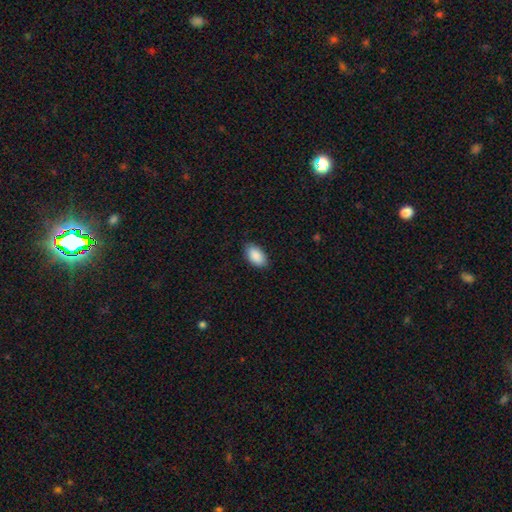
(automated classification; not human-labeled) Overall: smooth (90%). How rounded: in between (94%). Merging: none (84%).